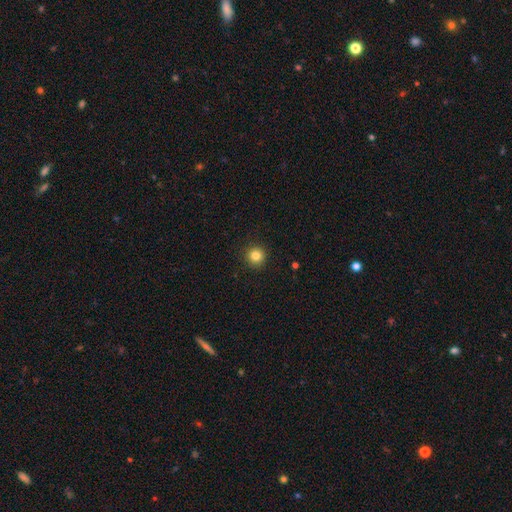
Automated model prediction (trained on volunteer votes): A smooth galaxy with no disk features (83%) that is round (95%).

Vote fractions:
- Smooth or featured? smooth: 83% / star or artifact: 12% / featured or disk: 5%
- How rounded? round: 95% / in between: 4% / cigar-shaped: 1%
- Merging? none: 92% / minor disturbance: 5% / major disturbance: 2% / merger: 1%